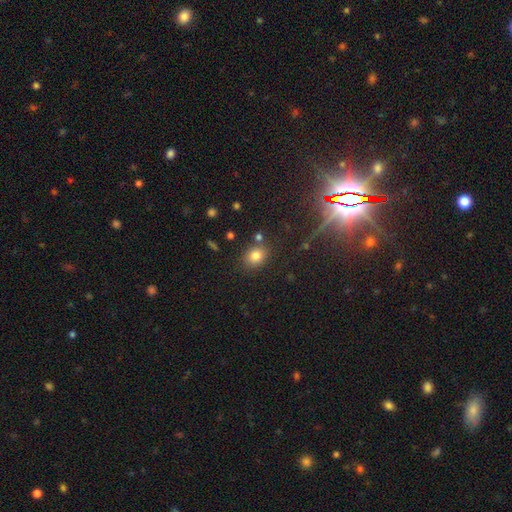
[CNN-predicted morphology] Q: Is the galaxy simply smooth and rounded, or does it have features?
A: smooth — 79%.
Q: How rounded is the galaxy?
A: round — 56%.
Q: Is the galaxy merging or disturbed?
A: none — 78%.